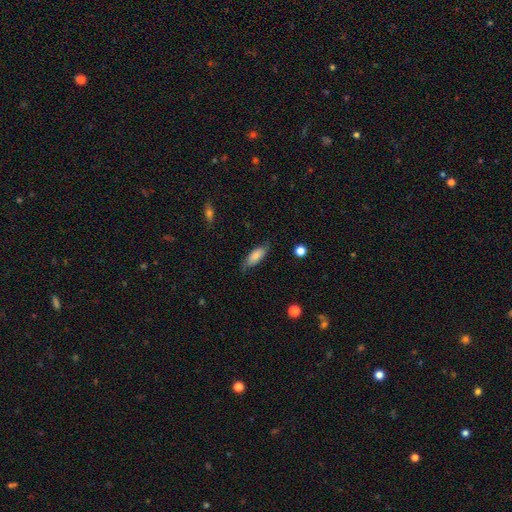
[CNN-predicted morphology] A smooth galaxy with no disk features (72%) that is in between round and cigar-shaped (75%). Merging: none (72%).